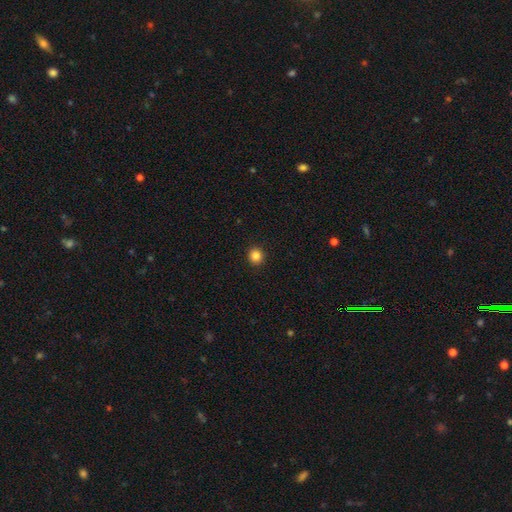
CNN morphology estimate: Smooth or featured? smooth (85%)
How rounded? round (91%)
Merging? none (92%)